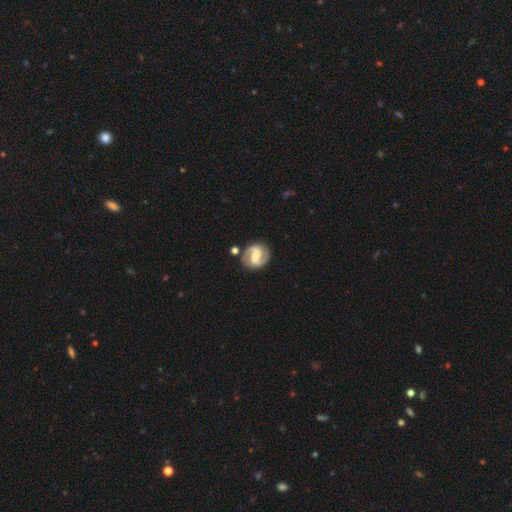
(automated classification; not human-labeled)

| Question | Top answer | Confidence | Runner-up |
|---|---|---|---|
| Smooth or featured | featured or disk | 84% | smooth (11%) |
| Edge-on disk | no | 98% | yes (2%) |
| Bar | weak | 43% | strong (35%) |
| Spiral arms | yes | 96% | no (4%) |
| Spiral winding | medium | 53% | tight (29%) |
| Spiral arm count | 2 | 92% | can't tell (3%) |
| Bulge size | moderate | 51% | small (36%) |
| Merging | none | 82% | minor disturbance (11%) |